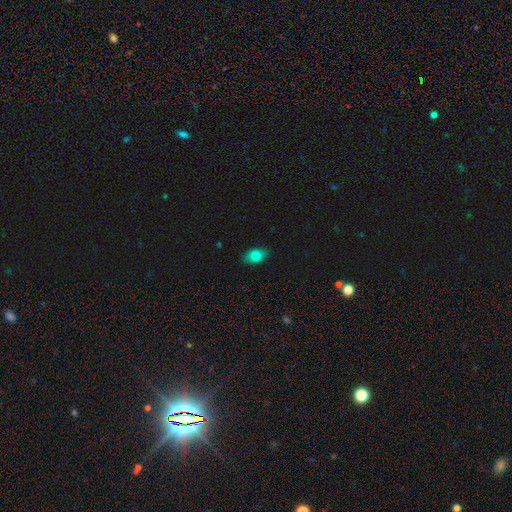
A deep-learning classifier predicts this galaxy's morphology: Overall: smooth (83%). How rounded: in between (86%). Merging: none (83%).